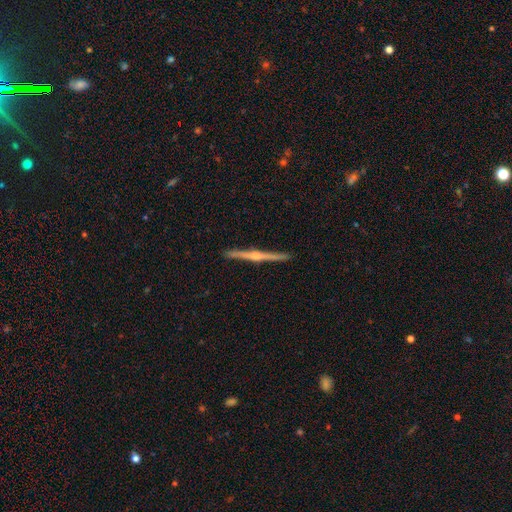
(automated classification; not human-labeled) featured or disk 82%, smooth 13%, star or artifact 5%. Down the decision tree: edge-on disk — yes (99%); edge-on bulge — rounded (82%); merging — none (92%).